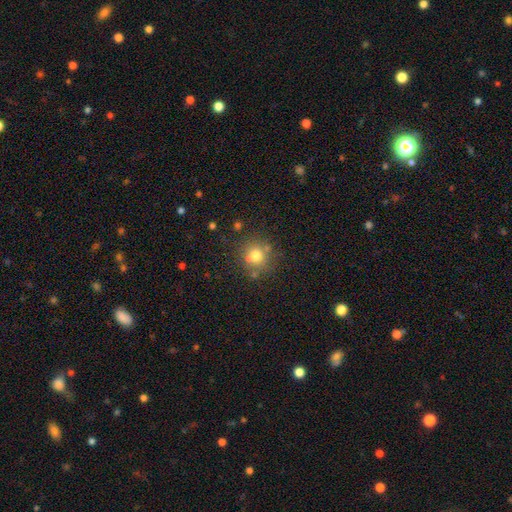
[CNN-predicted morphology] smooth 73%, star or artifact 15%, featured or disk 12%. Down the decision tree: how rounded — round (90%); merging — none (74%).